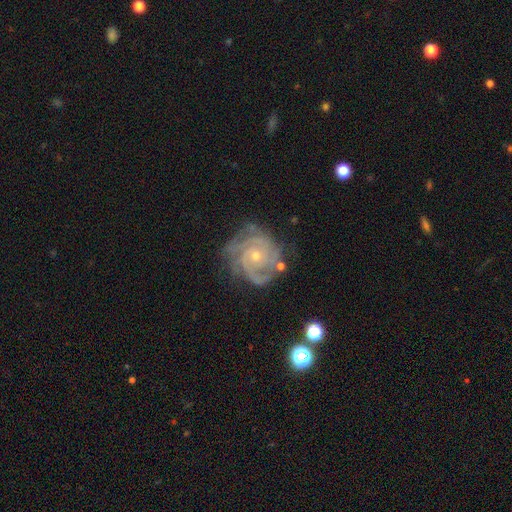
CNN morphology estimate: Smooth or featured?
  - featured or disk: 89% *
  - star or artifact: 6%
  - smooth: 5%
Edge-on disk?
  - no: 98% *
  - yes: 2%
Bar?
  - no: 77% *
  - weak: 19%
  - strong: 4%
Spiral arms?
  - yes: 97% *
  - no: 3%
Spiral winding?
  - tight: 69% *
  - medium: 27%
  - loose: 5%
Spiral arm count?
  - 3: 33% *
  - 2: 20%
  - can't tell: 20%
  - 4: 16%
  - more than 4: 6%
  - 1: 6%
Bulge size?
  - small: 68% *
  - moderate: 29%
  - none: 1%
  - large: 1%
  - dominant: 1%
Merging?
  - none: 68% *
  - minor disturbance: 20%
  - major disturbance: 9%
  - merger: 3%